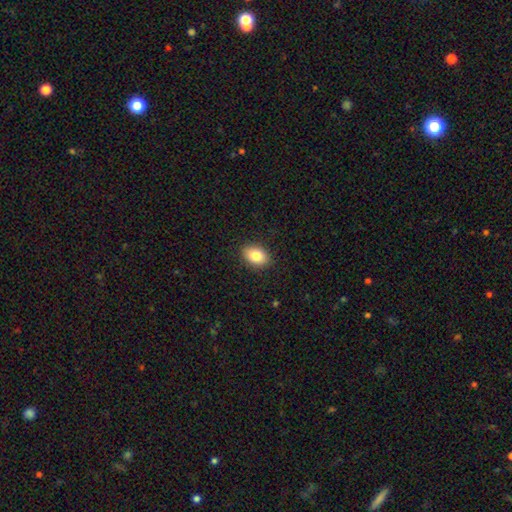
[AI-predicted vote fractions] smooth_or_featured: smooth (p=0.83) [alt: featured or disk p=0.09]
how_rounded: in between (p=0.80) [alt: round p=0.19]
merging: none (p=0.89) [alt: minor disturbance p=0.08]